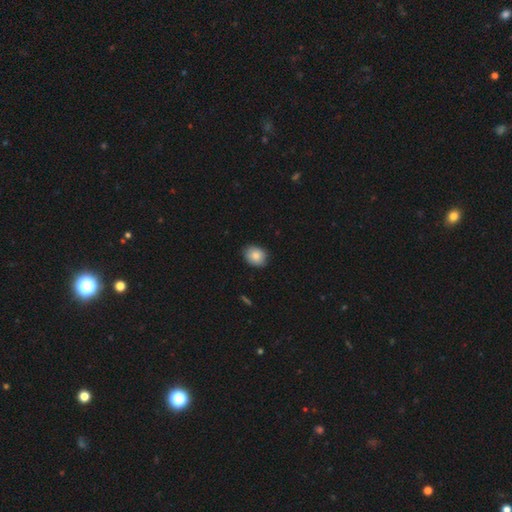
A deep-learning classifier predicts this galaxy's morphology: This is clearly a smooth galaxy (84%). How rounded: possibly in between (50%). Merging: clearly none (84%).